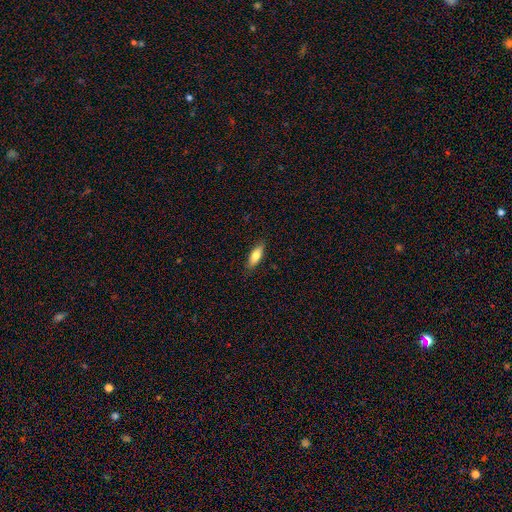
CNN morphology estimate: type=smooth (74%); roundness=in between (60%); merging=none (87%).